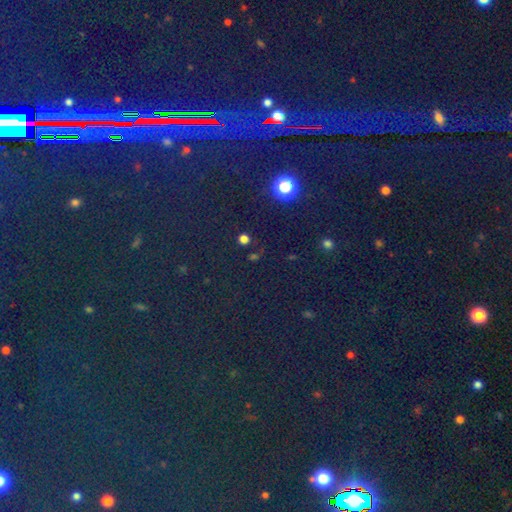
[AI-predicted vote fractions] Q: Smooth or featured?
A: star or artifact (83%); runner-up: smooth (10%)